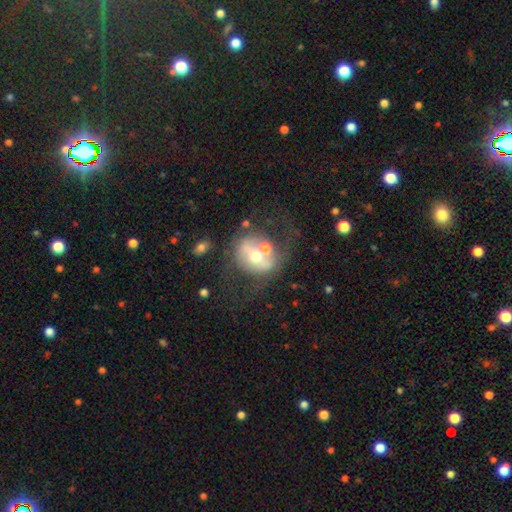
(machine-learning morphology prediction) Smooth or featured? Predicted: featured or disk (p=0.53). Edge-on disk? Predicted: no (p=0.94). Bar? Predicted: no (p=0.58). Spiral arms? Predicted: no (p=0.76). Bulge size? Predicted: moderate (p=0.68). Merging? Predicted: none (p=0.43).